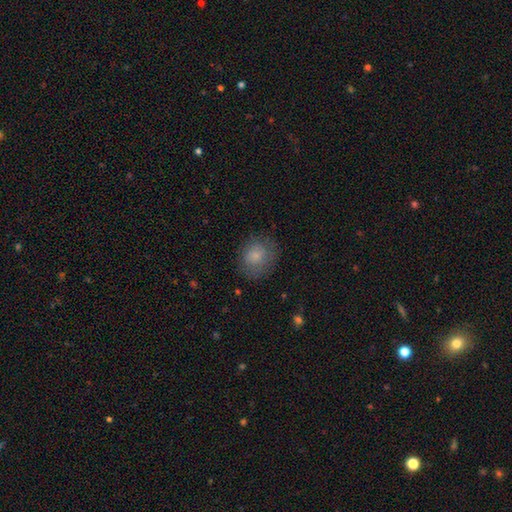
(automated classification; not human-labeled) Smooth or featured? smooth (81%)
How rounded? round (68%)
Merging? none (74%)